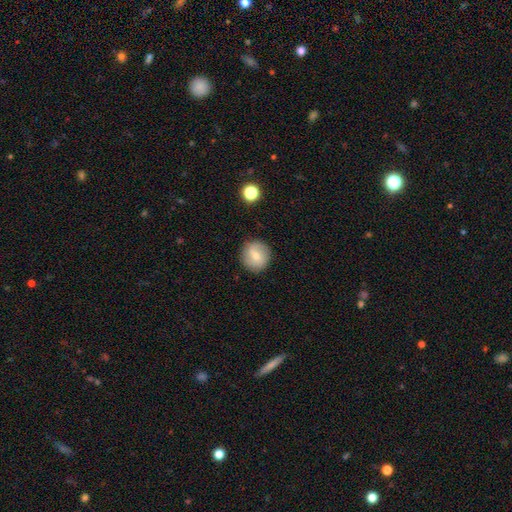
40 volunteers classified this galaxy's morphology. A smooth galaxy with no disk features (50%, tied with featured or disk) that is round (100%). Merging: none (98%).